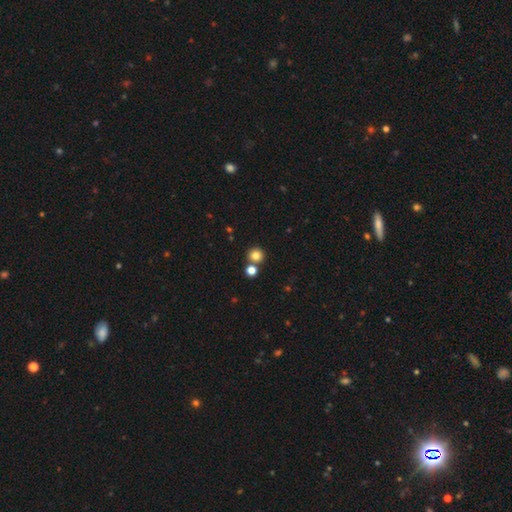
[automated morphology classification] The model was most divided on "merging": none: 75%, merger: 17%, minor disturbance: 6%, major disturbance: 2%. More confident: how rounded — round (92%); smooth or featured — smooth (81%).